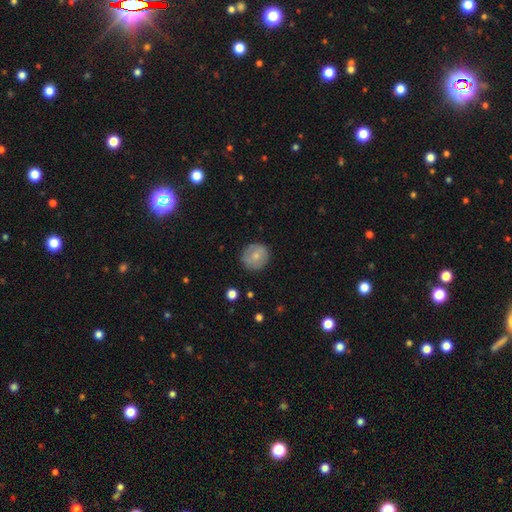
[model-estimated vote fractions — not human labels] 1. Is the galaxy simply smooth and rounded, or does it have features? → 69% smooth, 24% featured or disk, 7% star or artifact.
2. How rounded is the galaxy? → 90% round, 9% in between, 1% cigar-shaped.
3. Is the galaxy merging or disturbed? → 84% none, 12% minor disturbance, 3% major disturbance, 1% merger.